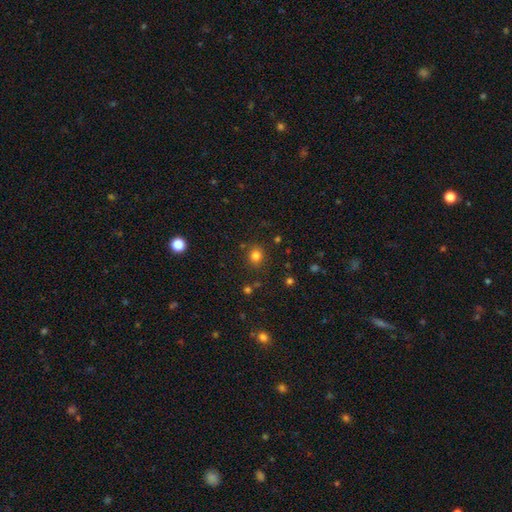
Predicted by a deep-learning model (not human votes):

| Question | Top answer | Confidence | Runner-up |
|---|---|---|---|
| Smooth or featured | smooth | 79% | star or artifact (15%) |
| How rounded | round | 82% | in between (17%) |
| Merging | none | 84% | minor disturbance (9%) |